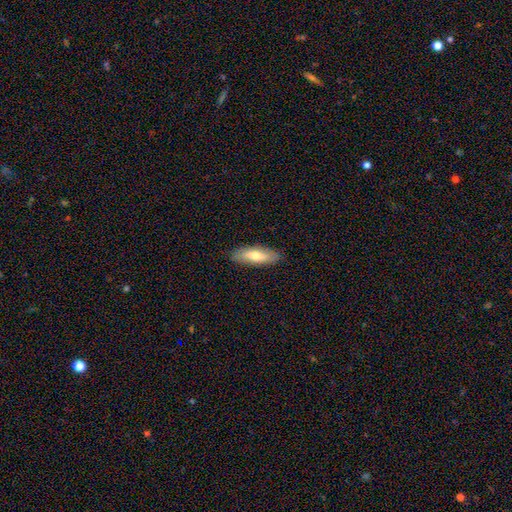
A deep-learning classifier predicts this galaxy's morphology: smooth 65%, featured or disk 29%, star or artifact 6%. Down the decision tree: how rounded — in between (51%); merging — none (88%).